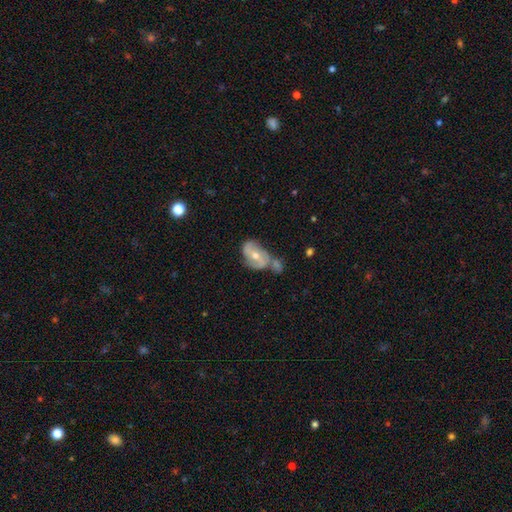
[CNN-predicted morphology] Q: Smooth or featured?
A: featured or disk (64%); runner-up: smooth (29%)
Q: Edge-on disk?
A: no (96%); runner-up: yes (4%)
Q: Bar?
A: no (48%); runner-up: weak (38%)
Q: Spiral arms?
A: yes (76%); runner-up: no (24%)
Q: Bulge size?
A: moderate (63%); runner-up: small (32%)
Q: Merging?
A: merger (35%); runner-up: none (33%)